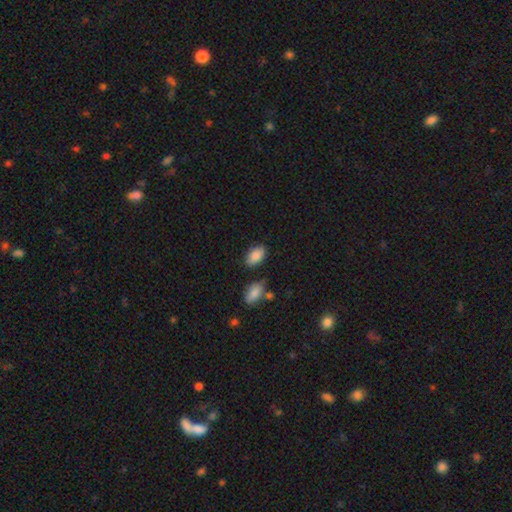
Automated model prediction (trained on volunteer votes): Morphology: type=smooth (87%); roundness=in between (93%); merging=none (77%).